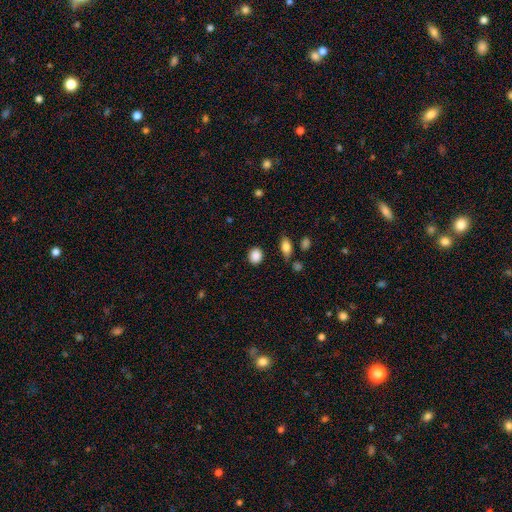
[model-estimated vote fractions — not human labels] Smooth or featured? smooth (88%)
How rounded? round (66%)
Merging? none (85%)